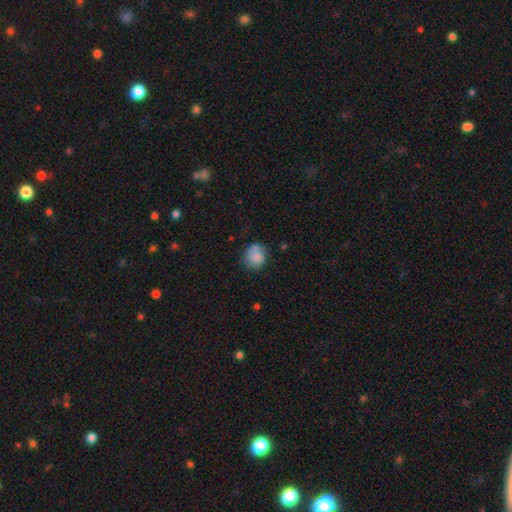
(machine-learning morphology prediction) A smooth galaxy with no disk features (76%) that is round (81%). Merging: none (58%).